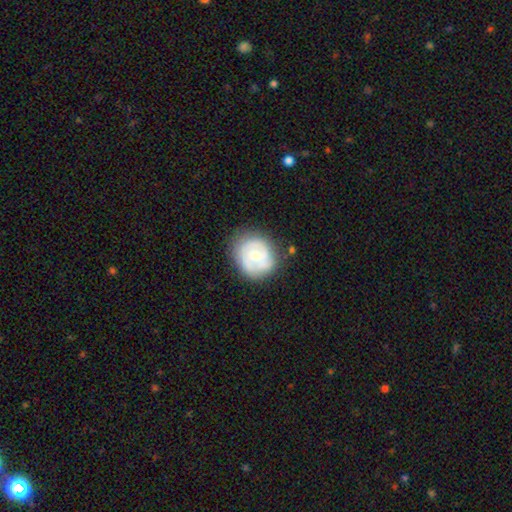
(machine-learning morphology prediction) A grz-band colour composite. It shows a featured or disk galaxy (63%) with no bar (59%), spiral arms (74%) and a small central bulge (48%). Merging: none (67%).